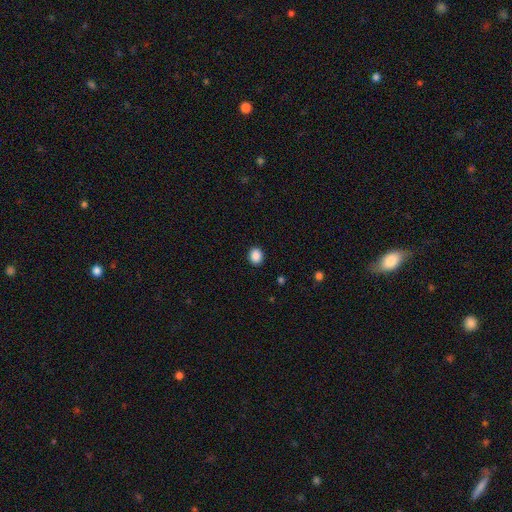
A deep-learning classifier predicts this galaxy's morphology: smooth 88%, star or artifact 9%, featured or disk 3%. Down the decision tree: how rounded — round (65%); merging — none (91%).